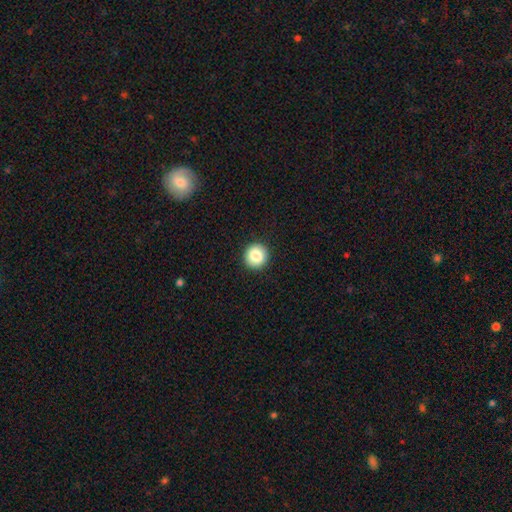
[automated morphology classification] Q: Smooth or featured?
A: smooth (85%); runner-up: star or artifact (8%)
Q: How rounded?
A: round (94%); runner-up: in between (5%)
Q: Merging?
A: none (92%); runner-up: minor disturbance (5%)